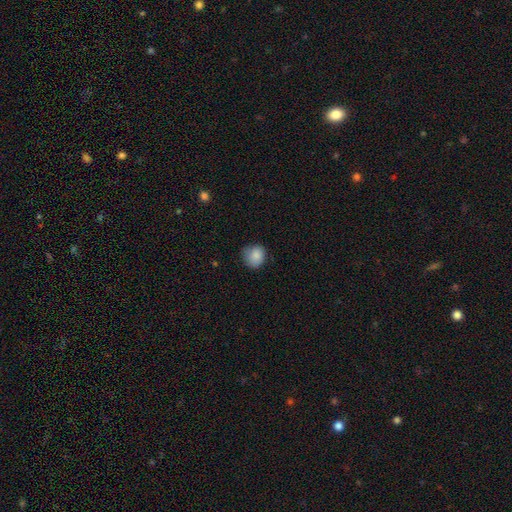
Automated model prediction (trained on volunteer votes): Morphology: type=smooth (86%); roundness=round (82%); merging=none (68%).